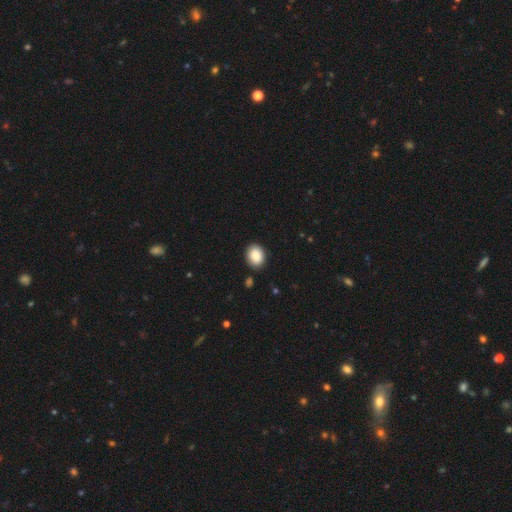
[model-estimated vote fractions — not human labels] Smooth or featured?
  - smooth: 87% *
  - star or artifact: 7%
  - featured or disk: 5%
How rounded?
  - in between: 60% *
  - round: 39%
  - cigar-shaped: 1%
Merging?
  - none: 89% *
  - minor disturbance: 8%
  - major disturbance: 2%
  - merger: 2%